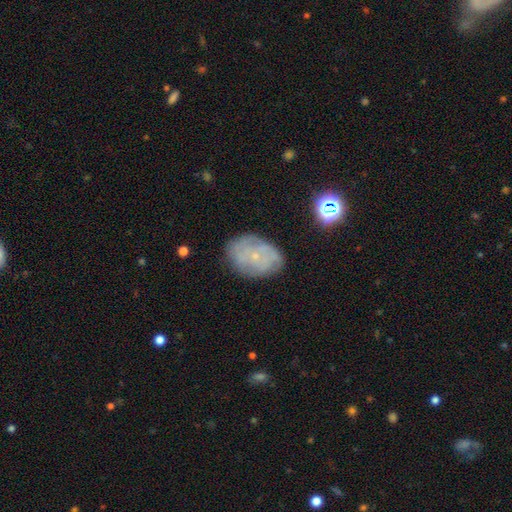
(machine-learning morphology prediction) Smooth or featured? featured or disk (56%)
Edge-on disk? no (96%)
Bar? no (86%)
Spiral arms? yes (66%)
Bulge size? small (84%)
Merging? none (74%)